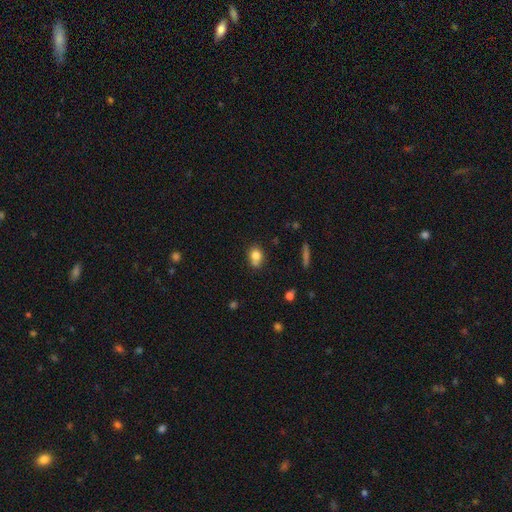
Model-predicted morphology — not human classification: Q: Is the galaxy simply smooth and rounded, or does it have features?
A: smooth — 79%.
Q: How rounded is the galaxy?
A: in between — 53%.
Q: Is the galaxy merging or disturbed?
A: none — 55%.